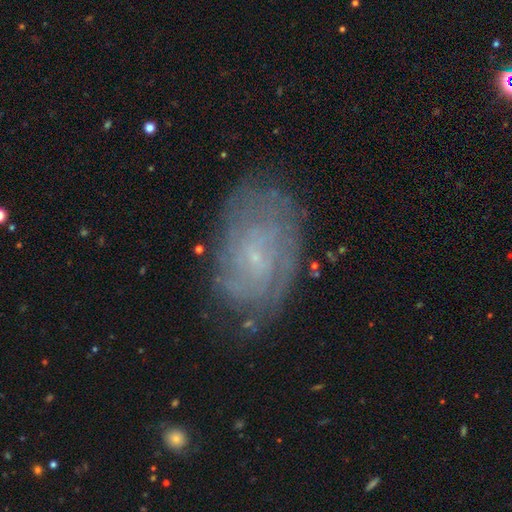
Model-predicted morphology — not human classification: A featured or disk galaxy (70%) with no bar (62%), tight (65%) spiral arms (84%) and a small central bulge (83%). Merging: none (74%).